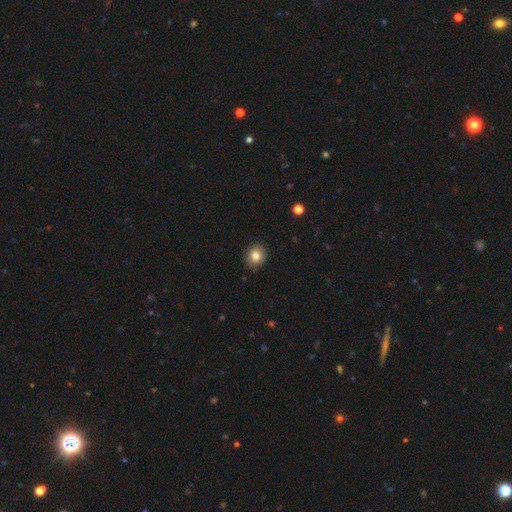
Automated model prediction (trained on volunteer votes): A smooth galaxy with no disk features (82%) that is round (77%). Merging: none (89%).